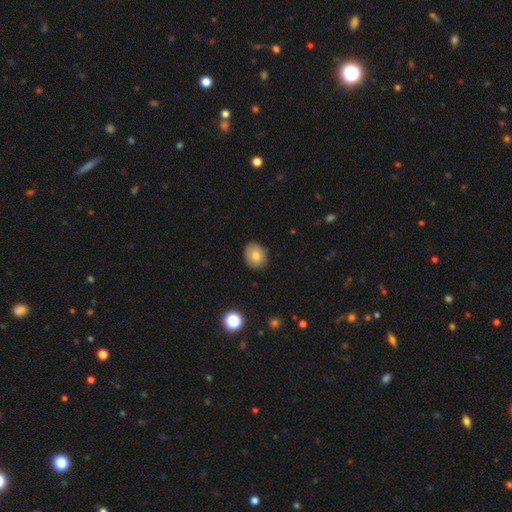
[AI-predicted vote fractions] smooth-or-featured: smooth: 76% | featured or disk: 14% | star or artifact: 9%
  how-rounded: round: 56% | in between: 43% | cigar-shaped: 1%
  merging: none: 83% | minor disturbance: 14% | major disturbance: 2% | merger: 1%